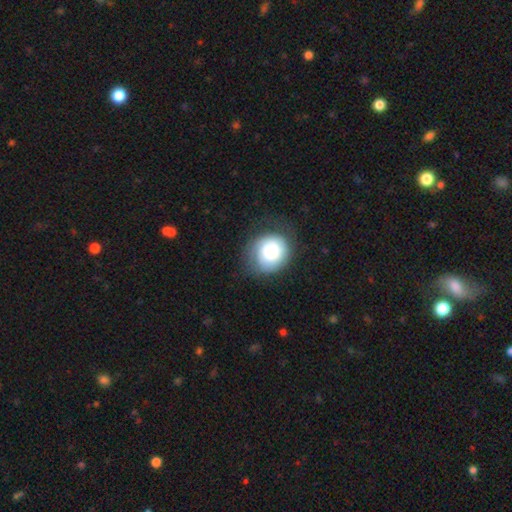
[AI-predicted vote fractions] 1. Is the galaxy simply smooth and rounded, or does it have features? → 77% smooth, 13% star or artifact, 11% featured or disk.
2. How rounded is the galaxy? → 76% round, 23% in between, 1% cigar-shaped.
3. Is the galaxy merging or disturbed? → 75% none, 18% minor disturbance, 6% major disturbance, 1% merger.